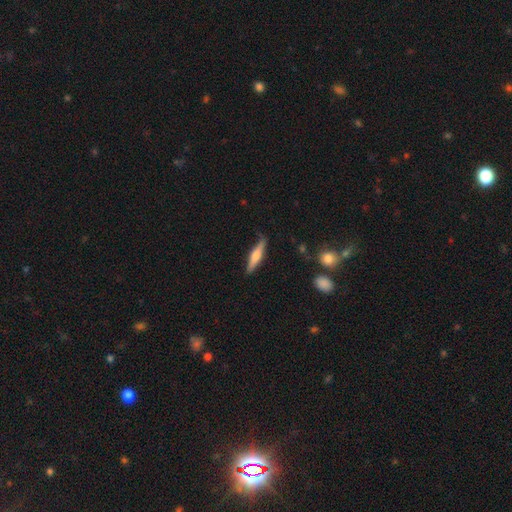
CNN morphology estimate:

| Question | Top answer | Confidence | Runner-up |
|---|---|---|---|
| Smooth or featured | smooth | 49% | featured or disk (45%) |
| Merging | none | 81% | minor disturbance (14%) |